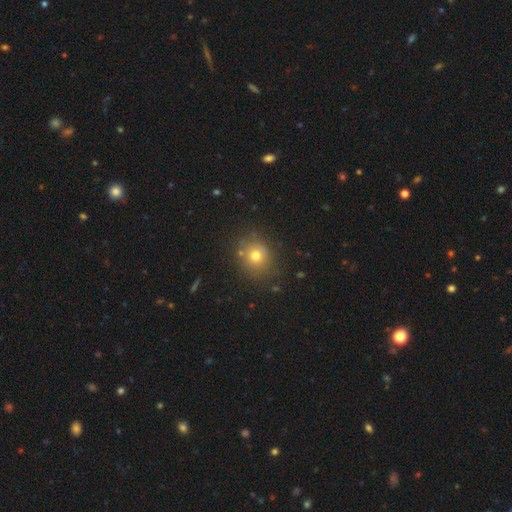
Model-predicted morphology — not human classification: The model was most divided on "how rounded": round: 78%, in between: 21%, cigar-shaped: 1%. More confident: merging — none (79%); smooth or featured — smooth (73%).